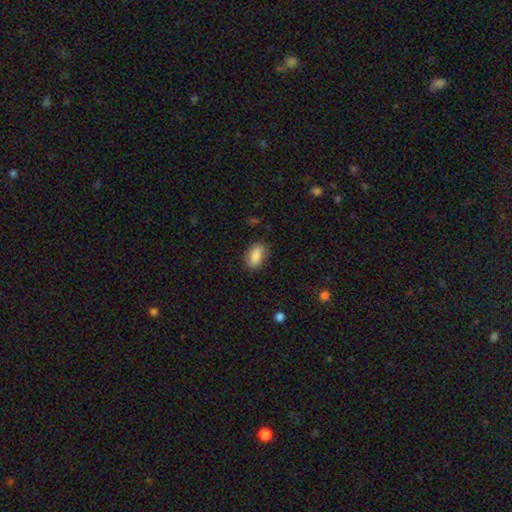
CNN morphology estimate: Smooth or featured: smooth — 86% (star or artifact — 7%)
How rounded: in between — 90% (round — 6%)
Merging: none — 84% (minor disturbance — 12%)